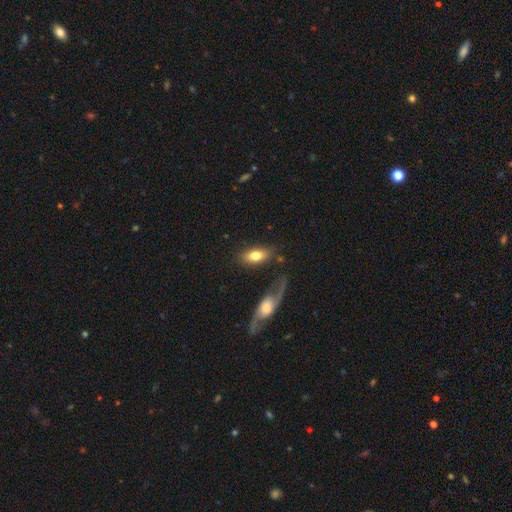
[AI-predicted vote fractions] A smooth galaxy with no disk features (71%) that is in between round and cigar-shaped (86%).

Vote fractions:
- Smooth or featured? smooth: 71% / featured or disk: 23% / star or artifact: 6%
- How rounded? in between: 86% / cigar-shaped: 10% / round: 5%
- Merging? none: 70% / minor disturbance: 15% / merger: 9% / major disturbance: 7%